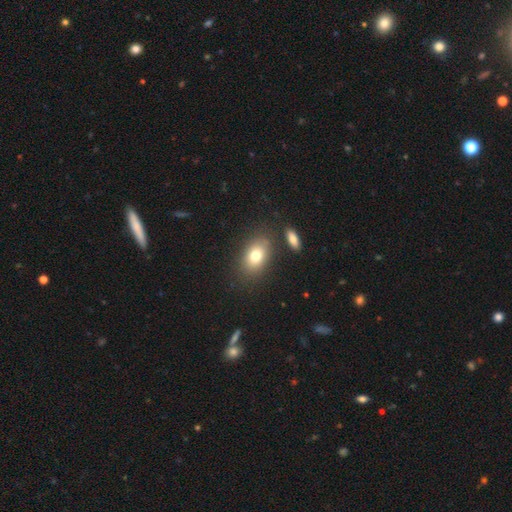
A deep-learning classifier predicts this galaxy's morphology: The model was most divided on "smooth or featured": smooth: 76%, featured or disk: 14%, star or artifact: 10%. More confident: how rounded — in between (81%); merging — none (78%).